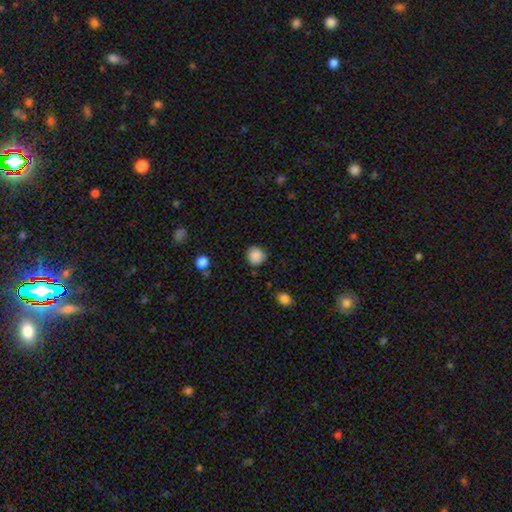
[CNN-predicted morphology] Q: Smooth or featured?
A: smooth (87%); runner-up: star or artifact (9%)
Q: How rounded?
A: round (90%); runner-up: in between (9%)
Q: Merging?
A: none (84%); runner-up: minor disturbance (12%)